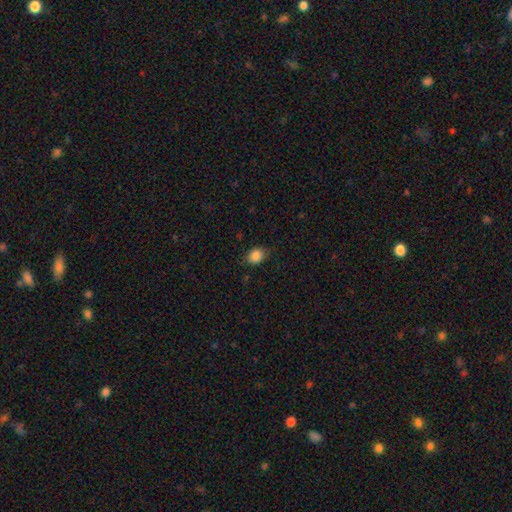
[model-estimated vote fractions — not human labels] Smooth or featured? smooth (85%)
How rounded? in between (53%)
Merging? none (75%)